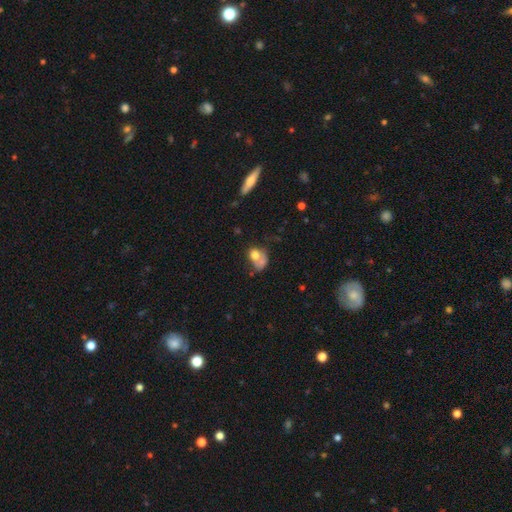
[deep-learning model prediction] Overall: smooth (67%). How rounded: in between (54%; round 44%). Merging: merger (46%; none 24%).